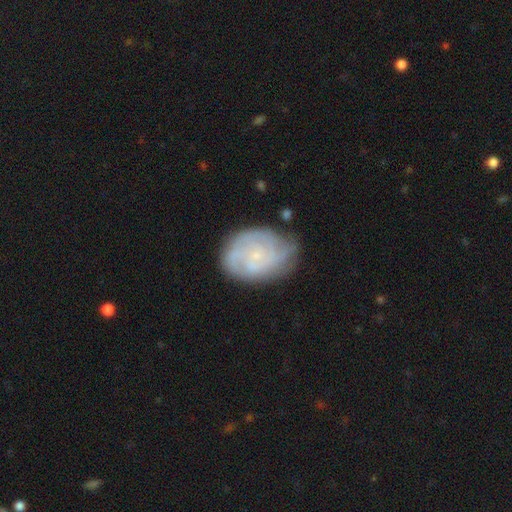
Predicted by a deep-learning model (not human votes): This is likely a featured or disk galaxy (69%). It is clearly not viewed edge-on (97%). Bar: likely no (76%). Spiral arm pattern: clearly yes (89%). Spiral arm count: marginally can't tell (42%). Spiral winding: likely tight (62%). Central bulge: likely small (77%). Merging: likely none (67%).